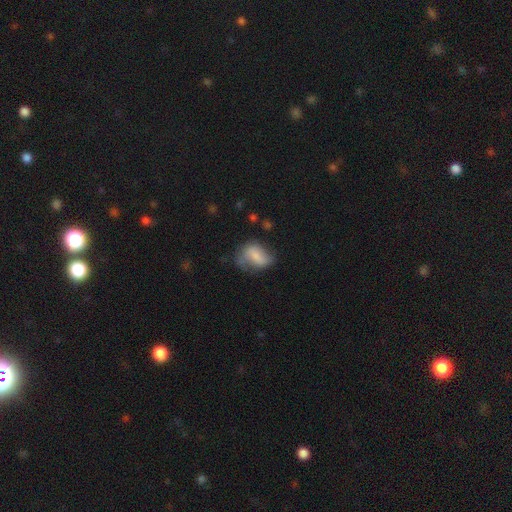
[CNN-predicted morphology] The model was most divided on "merging": none: 39%, minor disturbance: 34%, major disturbance: 23%, merger: 4%. More confident: how rounded — in between (79%); smooth or featured — smooth (61%).